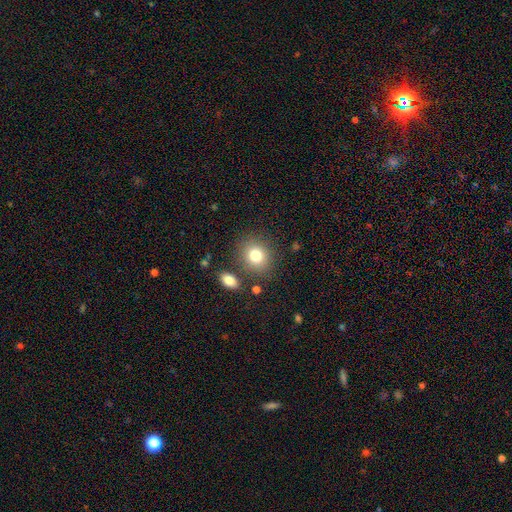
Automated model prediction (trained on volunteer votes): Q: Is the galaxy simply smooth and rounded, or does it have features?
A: smooth — 79%.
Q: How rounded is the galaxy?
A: round — 75%.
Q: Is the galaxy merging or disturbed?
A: none — 80%.